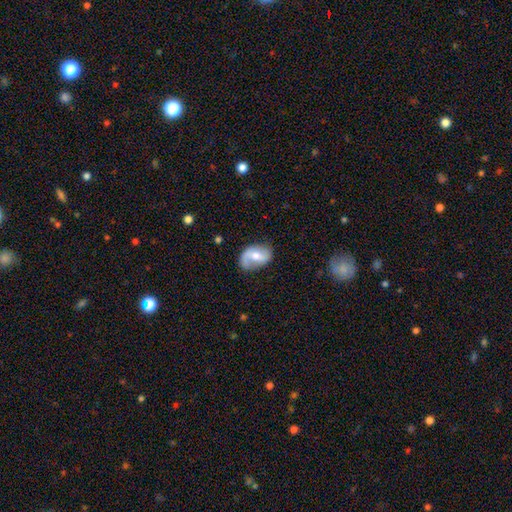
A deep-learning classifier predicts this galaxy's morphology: smooth-or-featured: featured or disk: 68% | smooth: 26% | star or artifact: 6%
  disk-edge-on: no: 97% | yes: 3%
    bar: no: 43% | weak: 42% | strong: 15%
    has-spiral-arms: yes: 89% | no: 11%
      spiral-winding: loose: 55% | medium: 33% | tight: 13%
      spiral-arm-count: 2: 73% | 1: 19% | can't tell: 6% | 3: 1% | 4: 1% | more than 4: 1%
    bulge-size: moderate: 63% | small: 30% | large: 4% | none: 2% | dominant: 1%
  merging: none: 68% | minor disturbance: 22% | major disturbance: 8% | merger: 2%